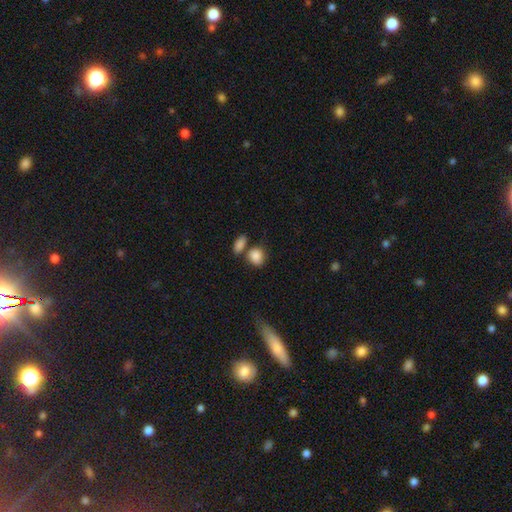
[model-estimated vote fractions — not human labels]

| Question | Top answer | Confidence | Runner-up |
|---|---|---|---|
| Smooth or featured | smooth | 87% | star or artifact (7%) |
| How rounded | in between | 49% | tied: round (49%) |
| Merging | none | 55% | merger (28%) |